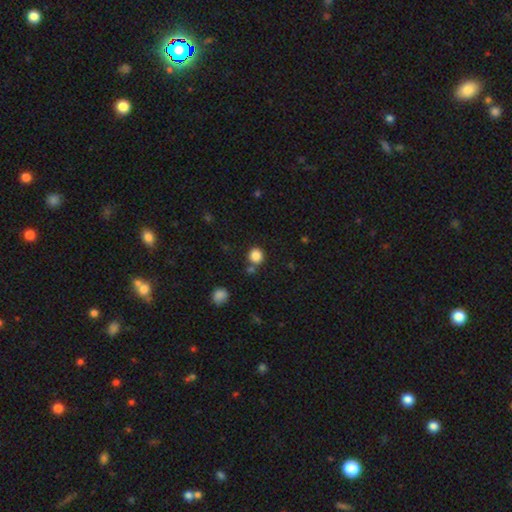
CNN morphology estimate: smooth_or_featured: smooth (p=0.85) [alt: star or artifact p=0.11]
how_rounded: round (p=0.87) [alt: in between p=0.12]
merging: none (p=0.77) [alt: merger p=0.11]